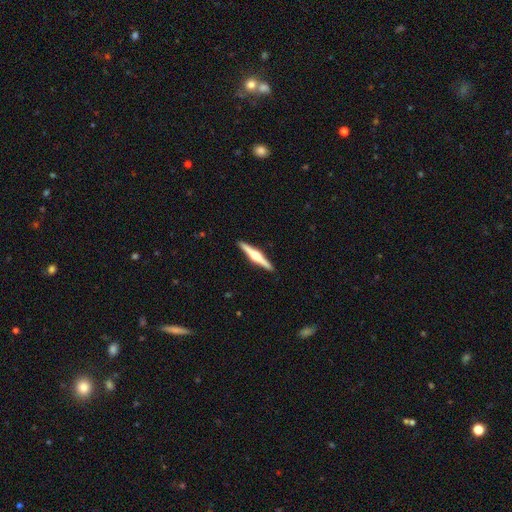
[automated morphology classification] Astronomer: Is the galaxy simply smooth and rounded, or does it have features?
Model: featured or disk — 77%.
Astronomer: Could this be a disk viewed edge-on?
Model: yes — 98%.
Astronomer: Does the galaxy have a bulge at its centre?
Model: rounded — 89%.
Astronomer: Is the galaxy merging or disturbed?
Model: none — 92%.